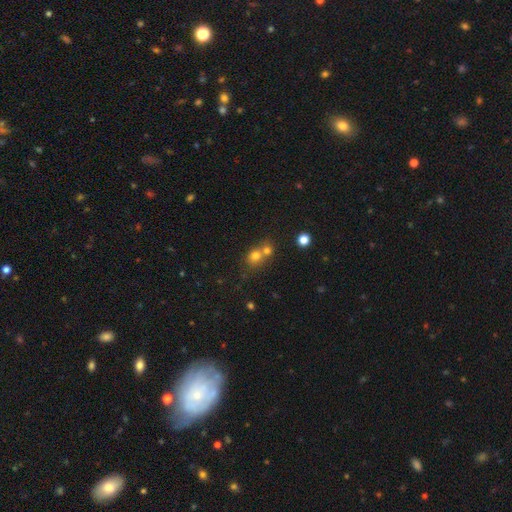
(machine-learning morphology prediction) smooth_or_featured: smooth (p=0.73) [alt: star or artifact p=0.15]
how_rounded: round (p=0.76) [alt: in between p=0.23]
merging: merger (p=0.53) [alt: none p=0.38]